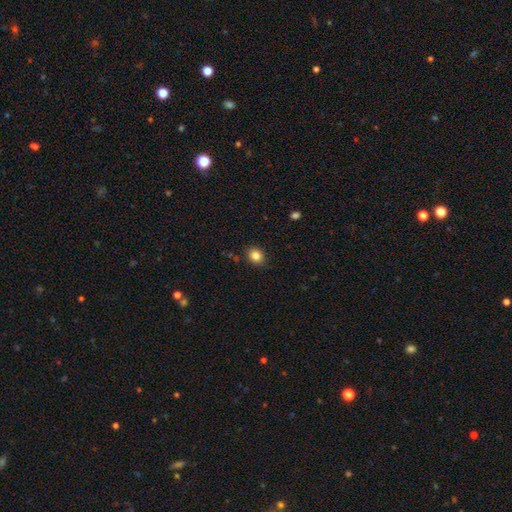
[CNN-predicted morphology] This is clearly a smooth galaxy (85%). How rounded: likely round (65%). Merging: clearly none (88%).